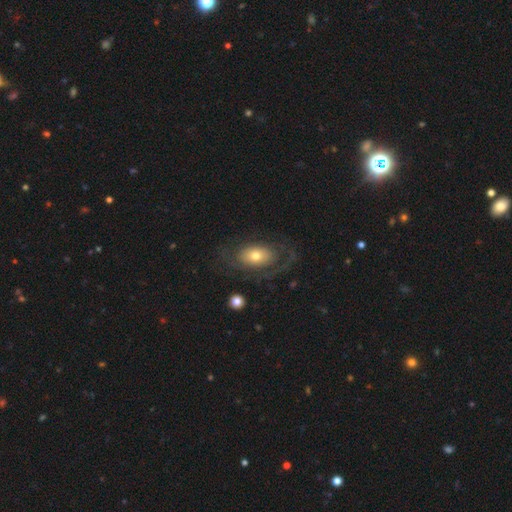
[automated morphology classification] smooth-or-featured: featured or disk: 52% | smooth: 41% | star or artifact: 8%
  disk-edge-on: no: 92% | yes: 8%
  merging: none: 58% | major disturbance: 24% | minor disturbance: 17% | merger: 2%